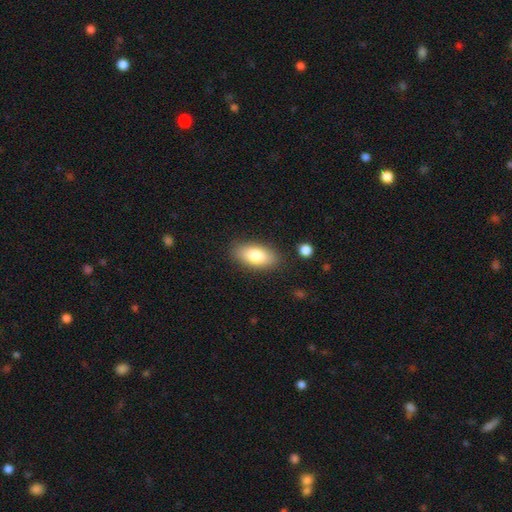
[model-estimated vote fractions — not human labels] Smooth or featured? smooth (81%)
How rounded? in between (90%)
Merging? none (85%)